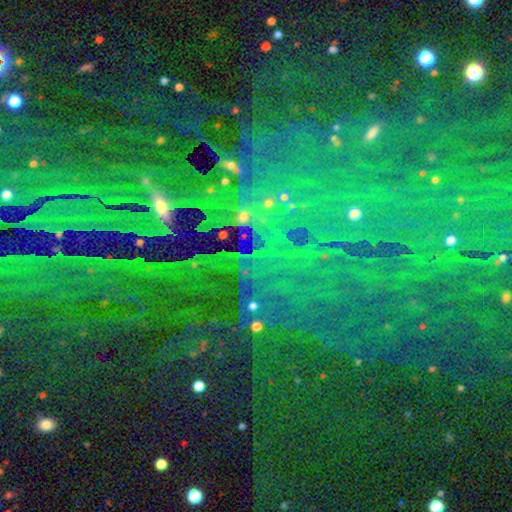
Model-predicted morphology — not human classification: This is likely a star or artifact rather than a galaxy (77%).